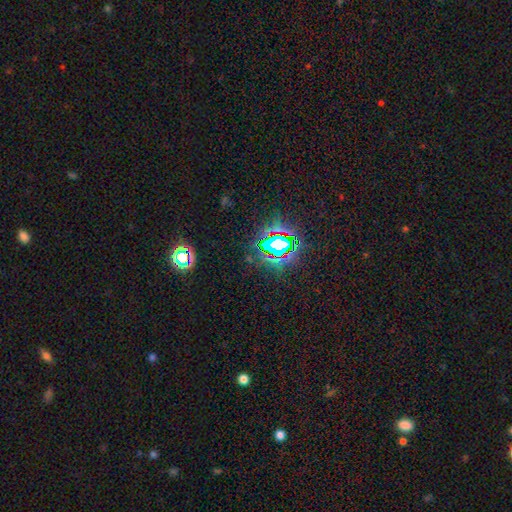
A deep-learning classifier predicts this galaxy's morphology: The model was most divided on "smooth or featured": star or artifact: 81%, smooth: 12%, featured or disk: 7%.